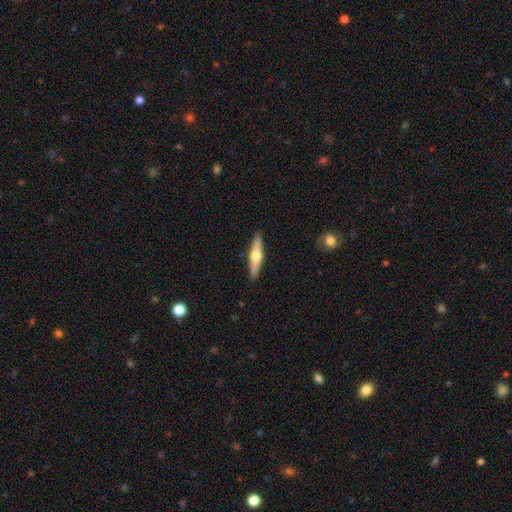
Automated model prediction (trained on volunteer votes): smooth-or-featured: featured or disk: 54% | smooth: 41% | star or artifact: 5%
  disk-edge-on: yes: 94% | no: 6%
    edge-on-bulge: rounded: 94% | none: 4% | boxy: 3%
  merging: none: 90% | minor disturbance: 7% | major disturbance: 1% | merger: 1%